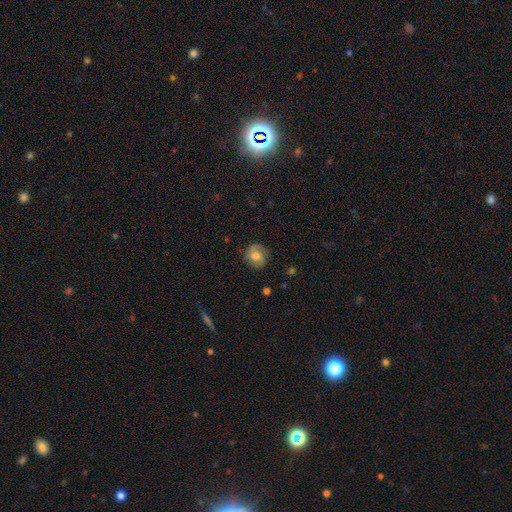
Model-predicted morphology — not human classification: This appears to be a smooth galaxy with no disk features (54%) that is round (75%). Merging: none (71%).